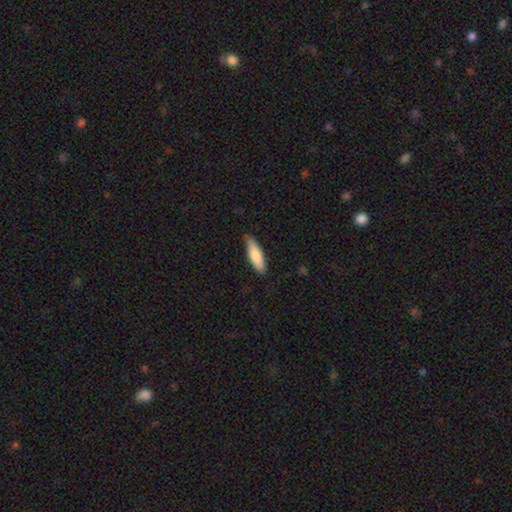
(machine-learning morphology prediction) smooth_or_featured: smooth (p=0.82) [alt: featured or disk p=0.12]
how_rounded: cigar-shaped (p=0.53) [alt: in between p=0.46]
merging: none (p=0.81) [alt: minor disturbance p=0.16]